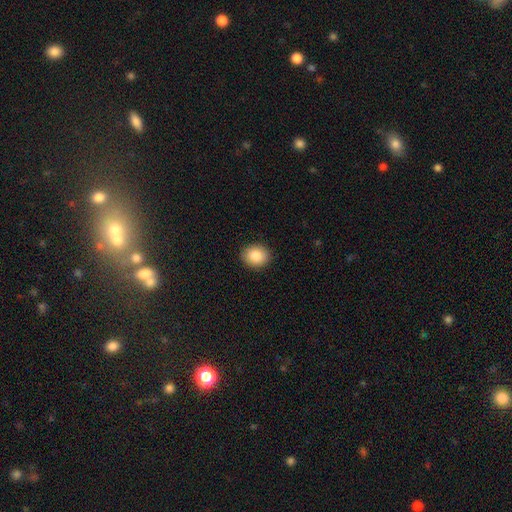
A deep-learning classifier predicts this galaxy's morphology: Smooth or featured: smooth — 86% (star or artifact — 8%)
How rounded: round — 59% (in between — 40%)
Merging: none — 90% (minor disturbance — 7%)